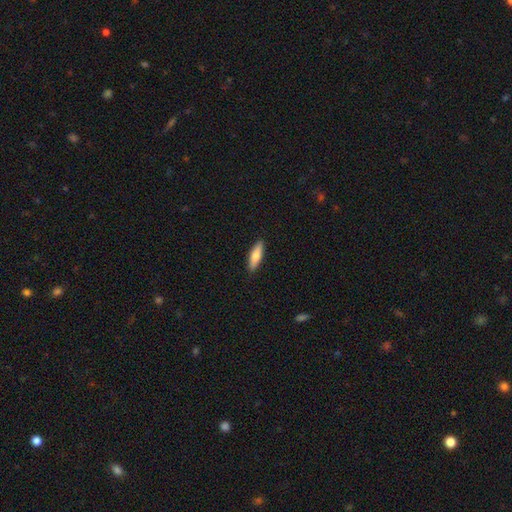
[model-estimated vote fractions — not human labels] smooth 72%, featured or disk 23%, star or artifact 6%. Down the decision tree: how rounded — cigar-shaped (59%); merging — none (90%).